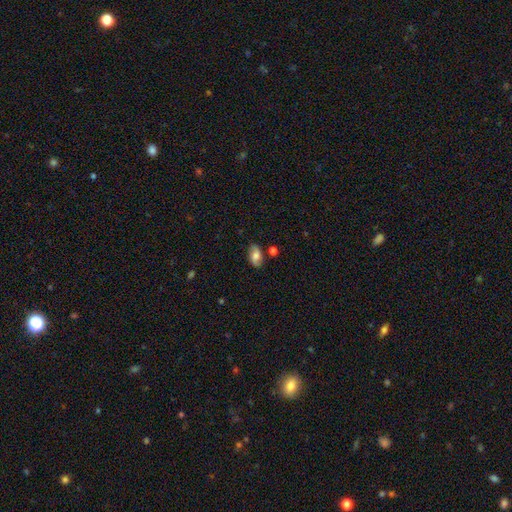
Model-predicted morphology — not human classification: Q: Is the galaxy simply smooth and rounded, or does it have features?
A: smooth — 61%.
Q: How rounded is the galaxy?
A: in between — 90%.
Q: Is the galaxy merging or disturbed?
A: none — 76%.